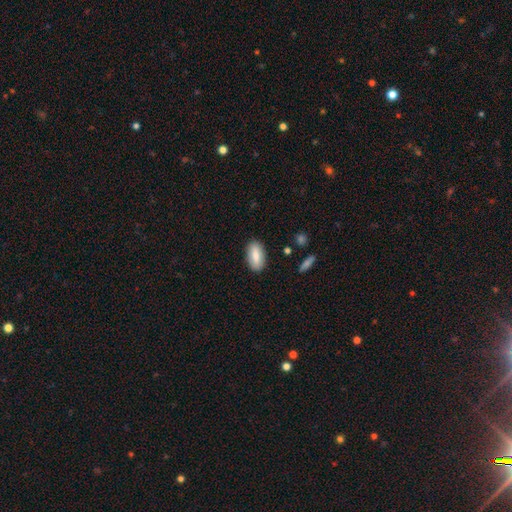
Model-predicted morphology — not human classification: This appears to be a smooth galaxy with no disk features (81%) that is in between round and cigar-shaped (90%). Merging: none (87%).